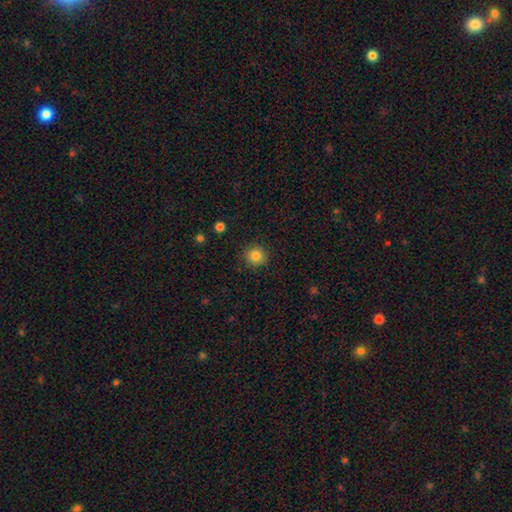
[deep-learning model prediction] smooth 83%, star or artifact 11%, featured or disk 6%. Down the decision tree: how rounded — round (91%); merging — none (89%).